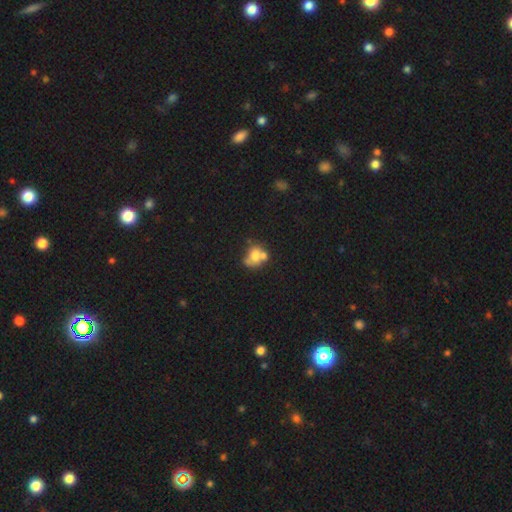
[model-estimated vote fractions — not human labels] Morphology: type=smooth (61%); roundness=round (55%); merging=merger (45%).